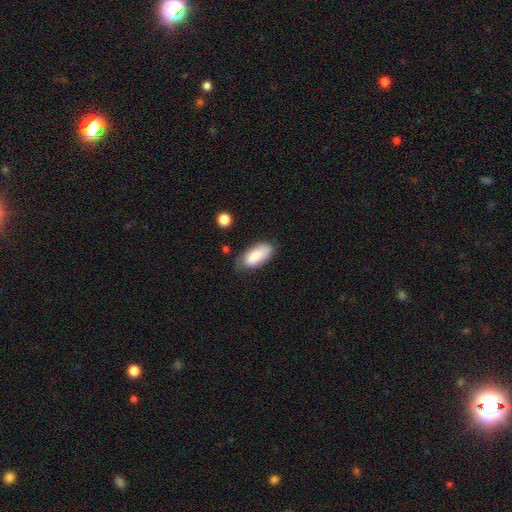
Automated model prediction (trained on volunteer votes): smooth 84%, featured or disk 10%, star or artifact 6%. Down the decision tree: how rounded — in between (91%); merging — none (61%).